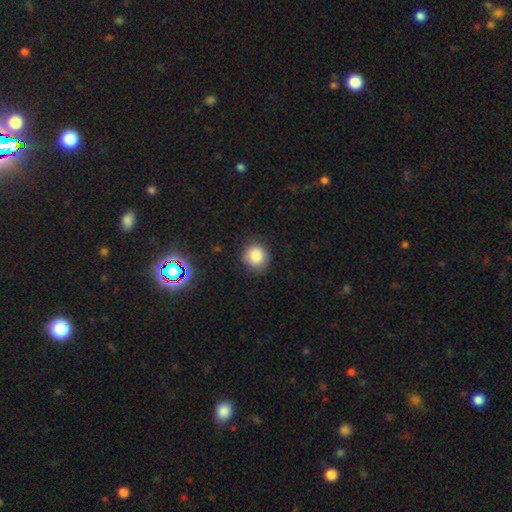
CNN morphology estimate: smooth_or_featured: smooth (p=0.83) [alt: star or artifact p=0.12]
how_rounded: round (p=0.88) [alt: in between p=0.11]
merging: none (p=0.85) [alt: minor disturbance p=0.12]